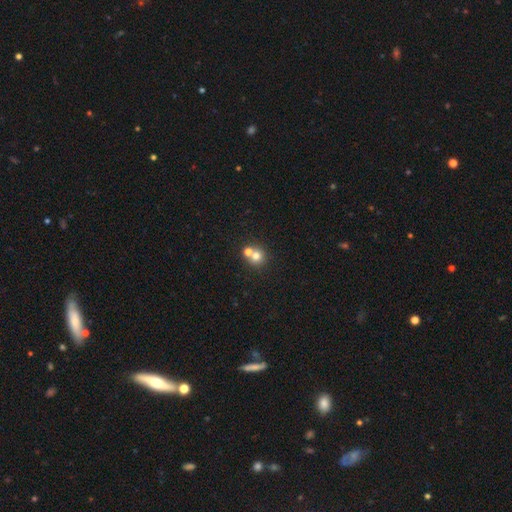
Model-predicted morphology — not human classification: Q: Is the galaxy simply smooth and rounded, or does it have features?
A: smooth — 72%.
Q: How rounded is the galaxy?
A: round — 87%.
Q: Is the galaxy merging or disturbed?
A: none — 48%.